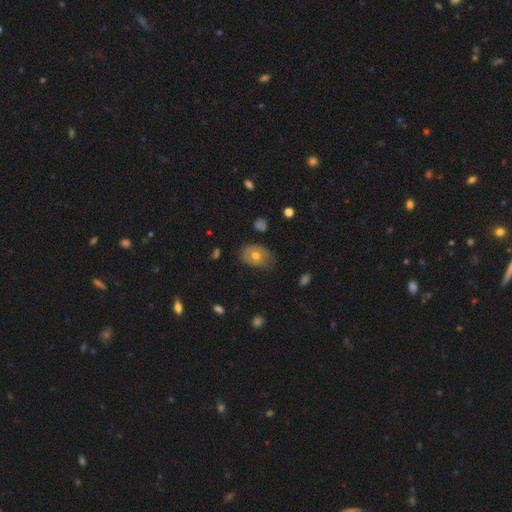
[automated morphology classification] smooth 64%, featured or disk 27%, star or artifact 9%. Down the decision tree: how rounded — in between (71%); merging — none (59%).